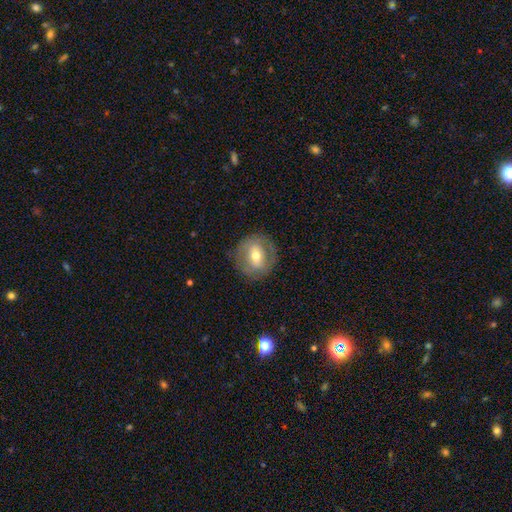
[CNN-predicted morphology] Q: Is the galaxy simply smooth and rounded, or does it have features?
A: featured or disk — 47%.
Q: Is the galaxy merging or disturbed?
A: none — 82%.